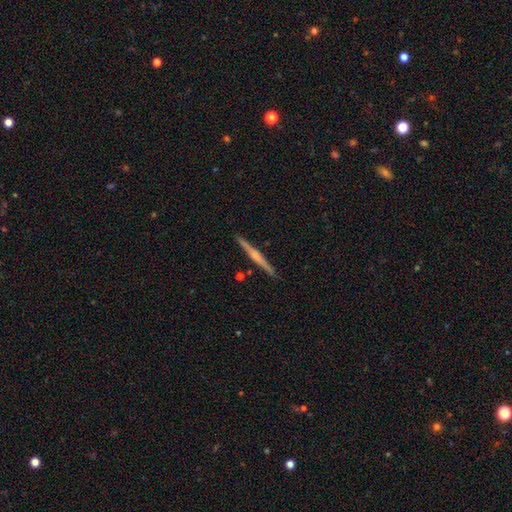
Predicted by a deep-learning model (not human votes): Smooth or featured? Predicted: featured or disk (p=0.68). Edge-on disk? Predicted: yes (p=0.98). Edge-on bulge? Predicted: rounded (p=0.63). Merging? Predicted: none (p=0.92).